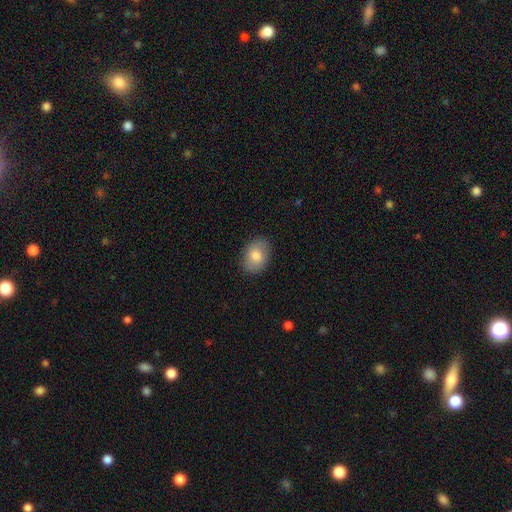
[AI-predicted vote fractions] A smooth galaxy with no disk features (79%) that is in between round and cigar-shaped (74%). Merging: none (87%).